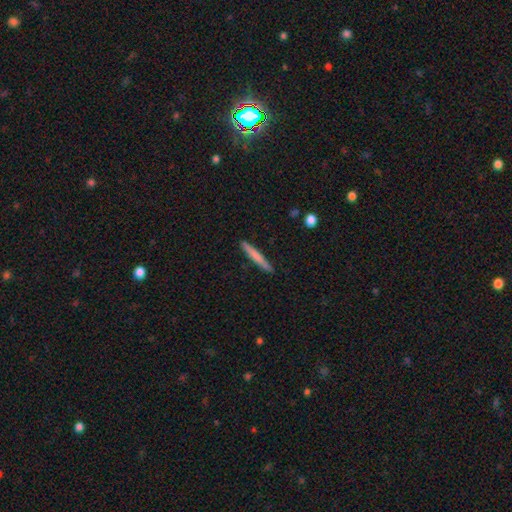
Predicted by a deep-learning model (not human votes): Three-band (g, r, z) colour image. It shows a smooth galaxy with no disk features (67%) that is cigar-shaped (96%). Merging: none (90%).